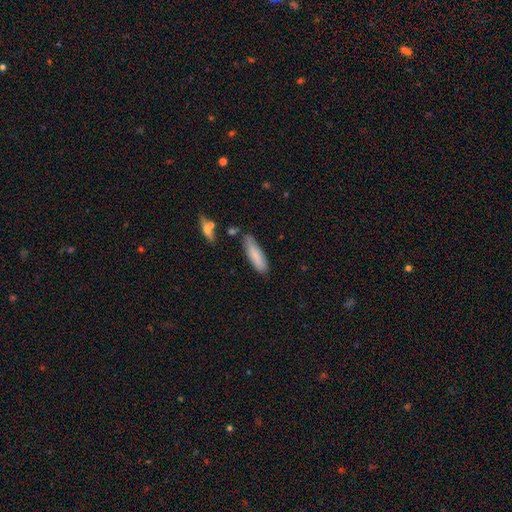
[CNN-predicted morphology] A smooth galaxy with no disk features (82%) that is cigar-shaped (60%). Merging: none (75%).